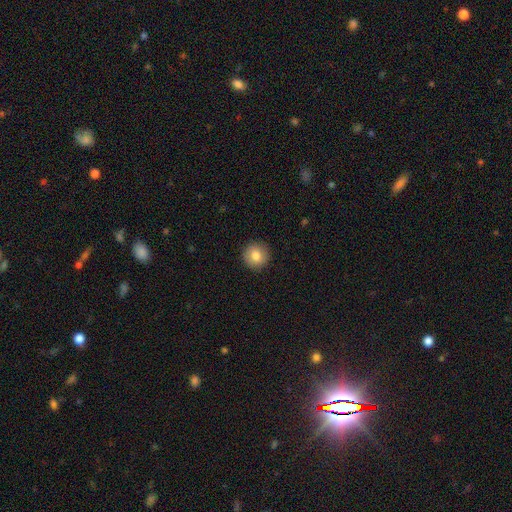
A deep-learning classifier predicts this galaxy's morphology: smooth 83%, featured or disk 9%, star or artifact 9%. Down the decision tree: how rounded — round (94%); merging — none (92%).